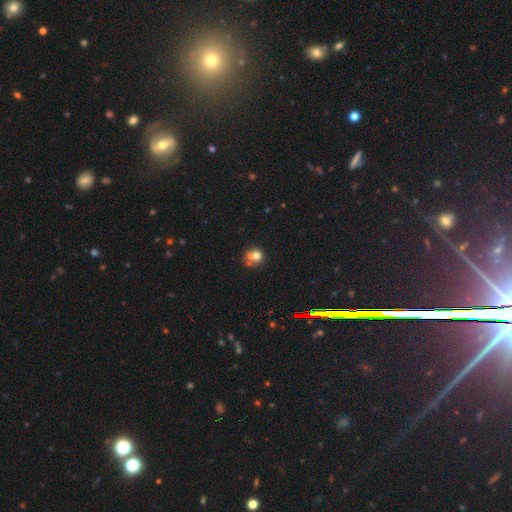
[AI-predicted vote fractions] smooth-or-featured: smooth: 67% | featured or disk: 19% | star or artifact: 14%
  how-rounded: round: 76% | in between: 23% | cigar-shaped: 1%
  merging: none: 42% | merger: 37% | minor disturbance: 13% | major disturbance: 8%